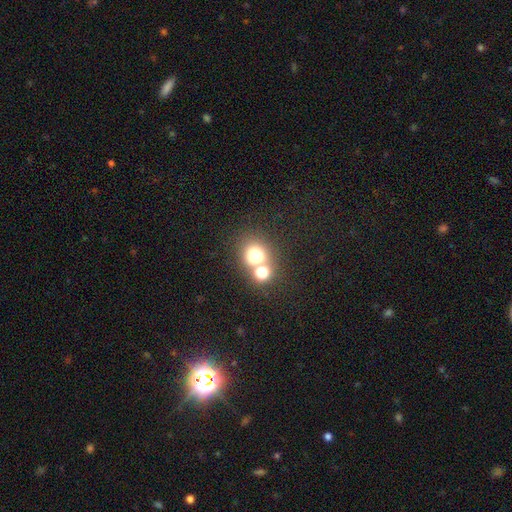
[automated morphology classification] A smooth galaxy with no disk features (70%) that is round (76%).

Vote fractions:
- Smooth or featured? smooth: 70% / star or artifact: 19% / featured or disk: 11%
- How rounded? round: 76% / in between: 23% / cigar-shaped: 1%
- Merging? none: 52% / merger: 36% / minor disturbance: 8% / major disturbance: 4%